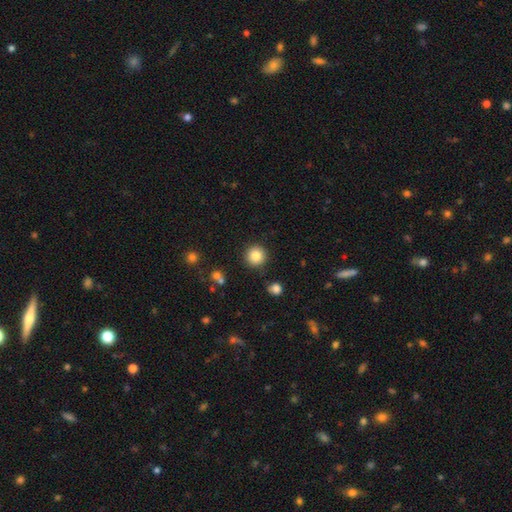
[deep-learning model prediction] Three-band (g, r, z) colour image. It shows a smooth galaxy with no disk features (85%) that is round (95%). Merging: none (89%).